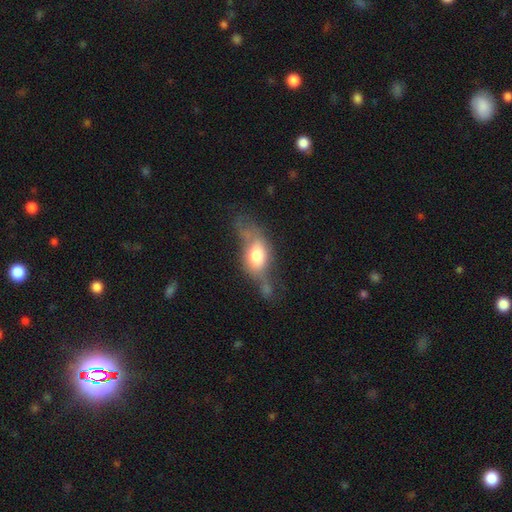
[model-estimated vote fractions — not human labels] This appears to be a smooth galaxy with no disk features (55%) that is in between round and cigar-shaped (79%). Merging: none (32%).